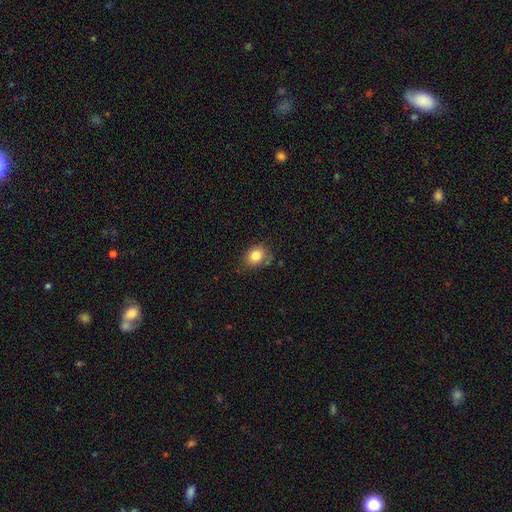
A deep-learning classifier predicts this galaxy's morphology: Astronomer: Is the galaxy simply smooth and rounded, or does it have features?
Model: smooth — 83%.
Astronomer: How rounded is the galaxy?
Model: in between — 55% (runner-up: round, 44%).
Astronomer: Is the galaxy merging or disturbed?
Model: none — 75%.